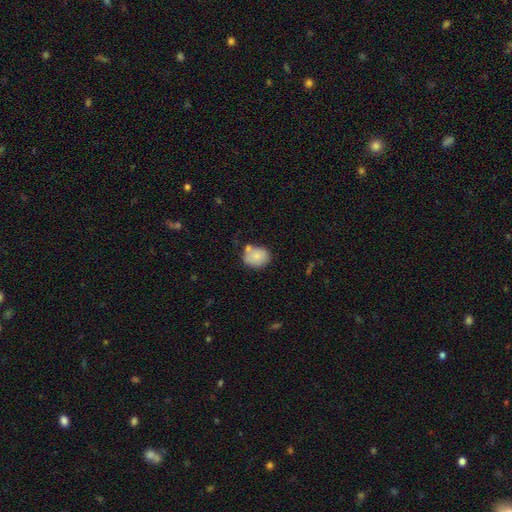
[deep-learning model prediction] This is clearly a smooth galaxy (81%). How rounded: possibly round (57%). Merging: possibly none (56%).